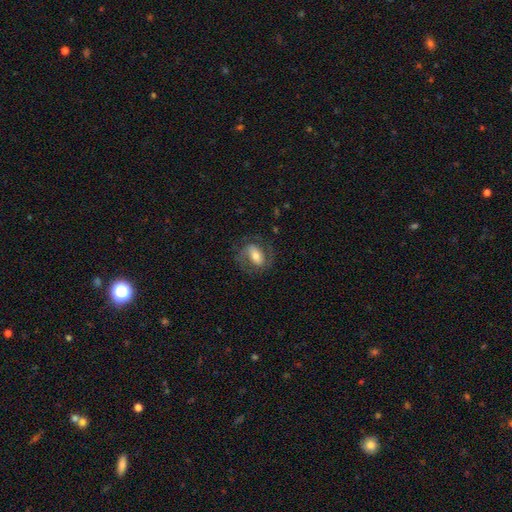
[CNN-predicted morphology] Overall: featured or disk (49%; smooth 43%). Merging: none (67%).